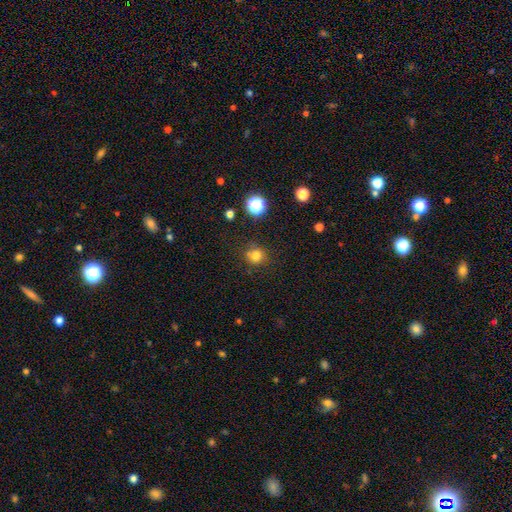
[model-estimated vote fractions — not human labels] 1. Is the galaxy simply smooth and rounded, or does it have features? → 78% smooth, 16% star or artifact, 6% featured or disk.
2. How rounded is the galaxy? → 84% round, 15% in between, 1% cigar-shaped.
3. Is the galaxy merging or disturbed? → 76% none, 15% minor disturbance, 5% merger, 5% major disturbance.